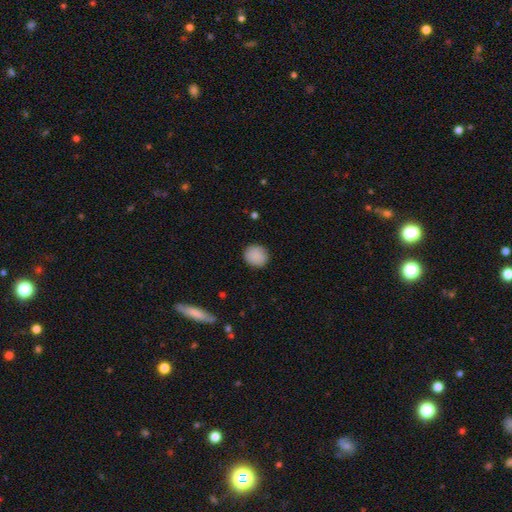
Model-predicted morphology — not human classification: The model was most divided on "how rounded": round: 86%, in between: 13%, cigar-shaped: 1%. More confident: merging — none (89%); smooth or featured — smooth (89%).